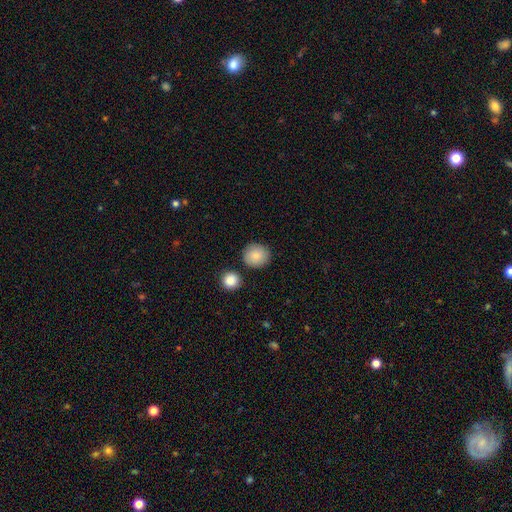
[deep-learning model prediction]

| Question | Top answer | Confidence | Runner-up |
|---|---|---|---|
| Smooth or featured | smooth | 85% | featured or disk (8%) |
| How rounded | round | 90% | in between (9%) |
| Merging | none | 84% | minor disturbance (9%) |